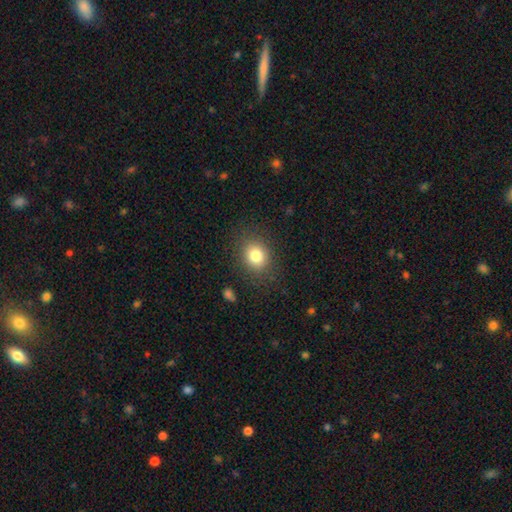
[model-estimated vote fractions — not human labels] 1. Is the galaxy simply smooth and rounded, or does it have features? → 80% smooth, 11% star or artifact, 9% featured or disk.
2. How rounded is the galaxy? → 63% round, 36% in between, 1% cigar-shaped.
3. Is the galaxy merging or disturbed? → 84% none, 10% minor disturbance, 4% major disturbance, 1% merger.